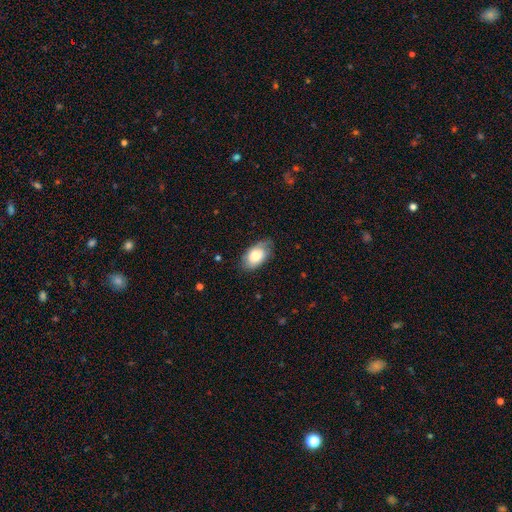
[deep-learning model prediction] smooth 69%, featured or disk 24%, star or artifact 7%. Down the decision tree: how rounded — in between (92%); merging — none (70%).